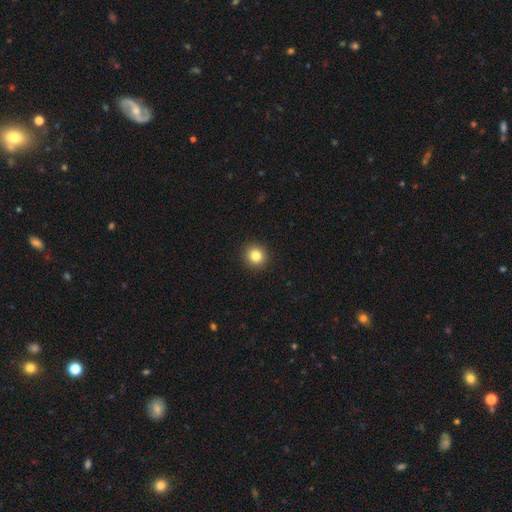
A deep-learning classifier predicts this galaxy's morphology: The model was most divided on "smooth or featured": smooth: 83%, star or artifact: 11%, featured or disk: 6%. More confident: merging — none (93%); how rounded — round (92%).